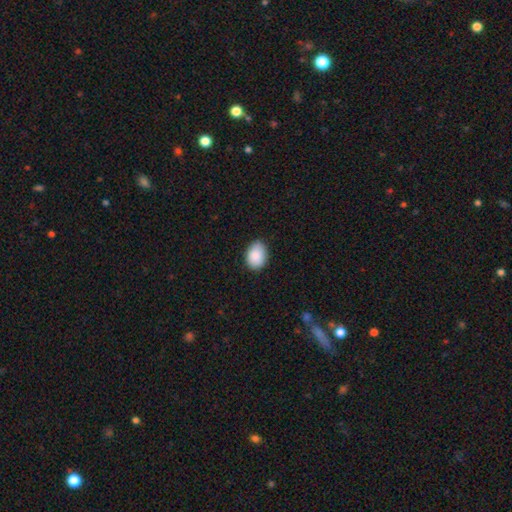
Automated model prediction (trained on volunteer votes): smooth 89%, star or artifact 7%, featured or disk 4%. Down the decision tree: how rounded — in between (76%); merging — none (81%).